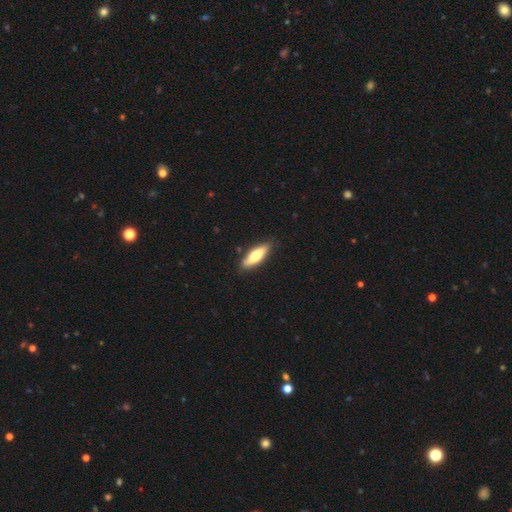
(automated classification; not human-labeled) Smooth or featured: smooth — 67% (featured or disk — 28%)
How rounded: cigar-shaped — 50% (in between — 48%)
Merging: none — 84% (minor disturbance — 13%)